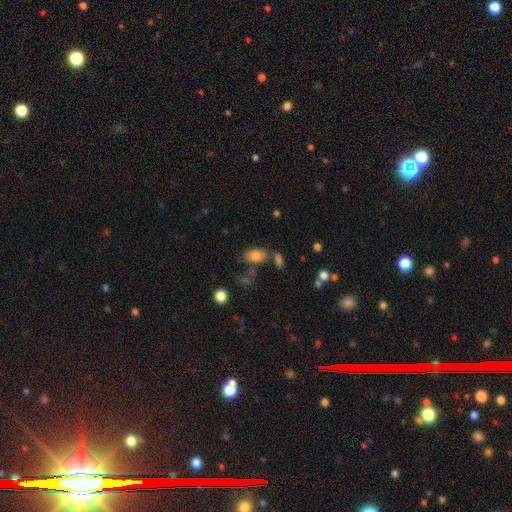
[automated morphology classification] Q: Smooth or featured?
A: smooth (81%); runner-up: featured or disk (10%)
Q: How rounded?
A: in between (86%); runner-up: round (12%)
Q: Merging?
A: none (65%); runner-up: minor disturbance (16%)